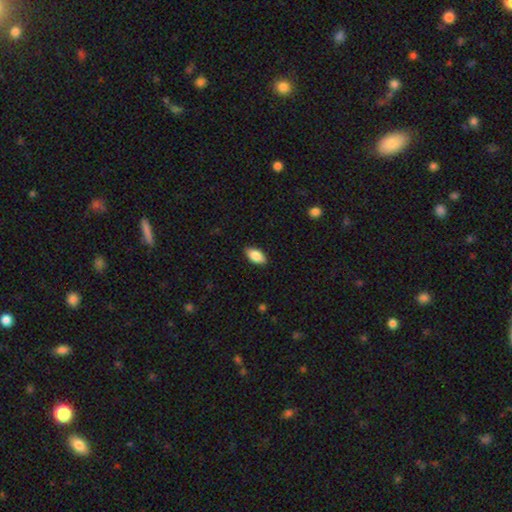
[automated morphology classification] smooth 83%, featured or disk 10%, star or artifact 7%. Down the decision tree: how rounded — in between (91%); merging — none (88%).